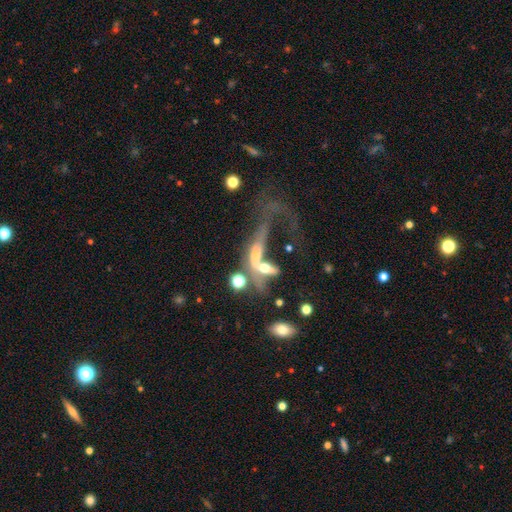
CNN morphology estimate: type=featured or disk (57%); edge-on=no (71%); merging=merger (52%).